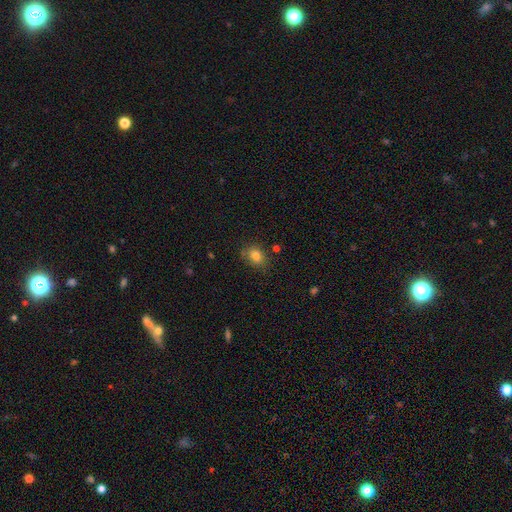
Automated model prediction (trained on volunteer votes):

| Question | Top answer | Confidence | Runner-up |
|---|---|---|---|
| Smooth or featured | smooth | 80% | star or artifact (12%) |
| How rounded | in between | 51% | round (48%) |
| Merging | none | 77% | minor disturbance (15%) |